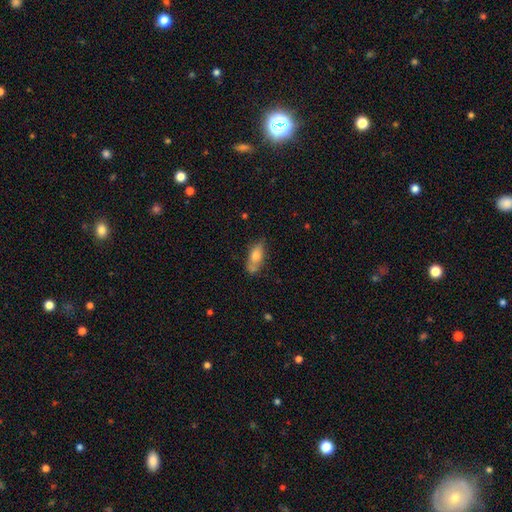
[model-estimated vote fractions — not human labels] This appears to be a smooth galaxy with no disk features (70%) that is in between round and cigar-shaped (77%). Merging: none (56%).